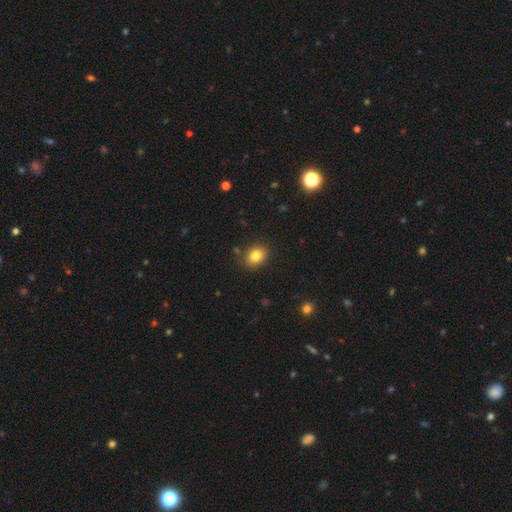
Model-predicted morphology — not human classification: Smooth or featured?
  - smooth: 83% *
  - star or artifact: 10%
  - featured or disk: 7%
How rounded?
  - in between: 55% *
  - round: 44%
  - cigar-shaped: 1%
Merging?
  - none: 86% *
  - minor disturbance: 9%
  - major disturbance: 2%
  - merger: 2%